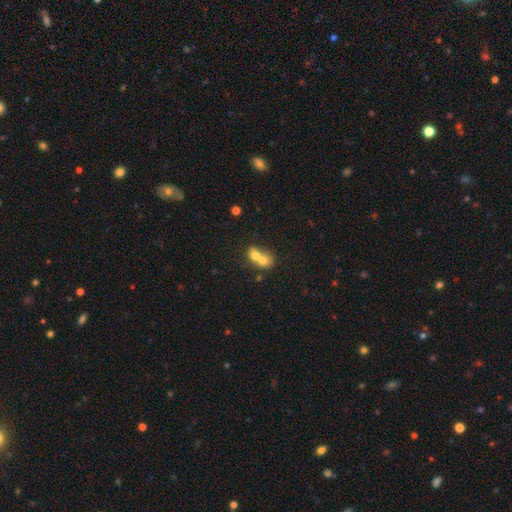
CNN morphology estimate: smooth_or_featured: smooth (p=0.69) [alt: featured or disk p=0.21]
how_rounded: round (p=0.53) [alt: in between p=0.45]
merging: merger (p=0.75) [alt: none p=0.18]